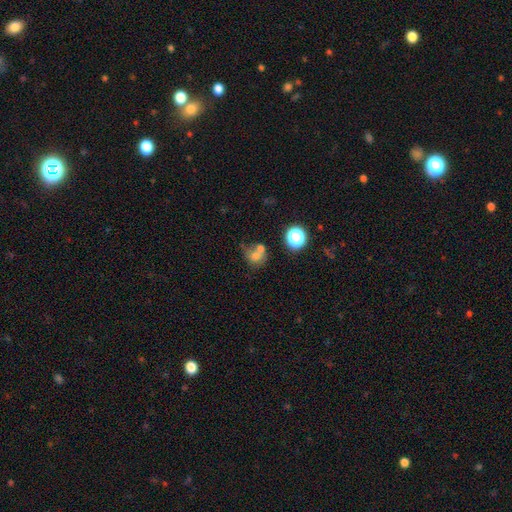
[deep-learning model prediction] The model was most divided on "merging": merger: 44%, none: 35%, minor disturbance: 12%, major disturbance: 9%. More confident: how rounded — round (72%); smooth or featured — smooth (65%).